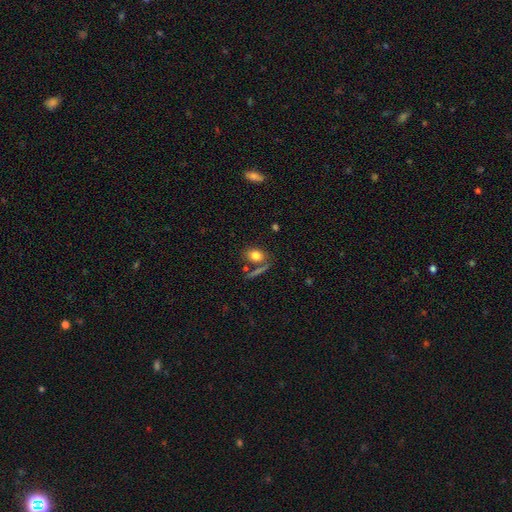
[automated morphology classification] The model was most divided on "how rounded": in between: 64%, round: 33%, cigar-shaped: 3%. More confident: smooth or featured — smooth (79%); merging — none (64%).